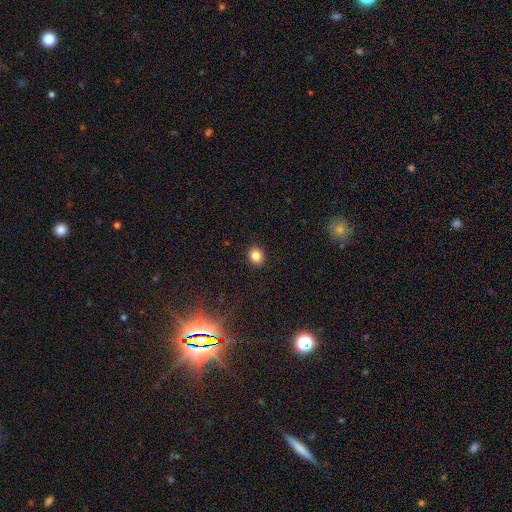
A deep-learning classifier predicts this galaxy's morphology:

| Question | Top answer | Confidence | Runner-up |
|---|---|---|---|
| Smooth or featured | smooth | 83% | star or artifact (11%) |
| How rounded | round | 64% | in between (35%) |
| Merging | none | 91% | minor disturbance (6%) |